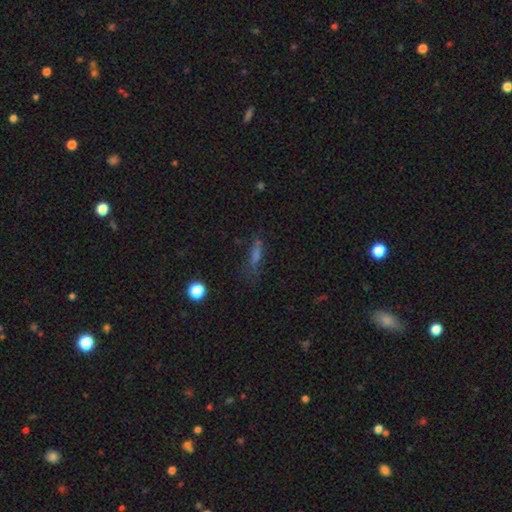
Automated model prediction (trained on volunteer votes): smooth 60%, star or artifact 21%, featured or disk 19%. Down the decision tree: how rounded — cigar-shaped (66%); merging — none (65%).